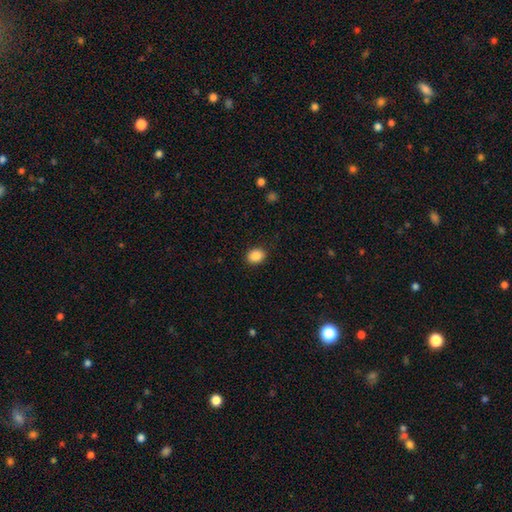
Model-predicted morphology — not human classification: type=smooth (88%); roundness=in between (52%); merging=none (90%).